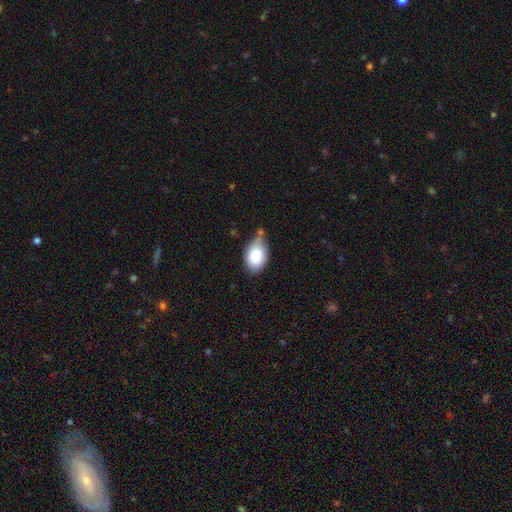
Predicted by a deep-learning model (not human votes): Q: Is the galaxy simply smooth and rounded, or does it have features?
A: smooth — 85%.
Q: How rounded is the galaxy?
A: in between — 87%.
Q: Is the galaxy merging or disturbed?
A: none — 51%.